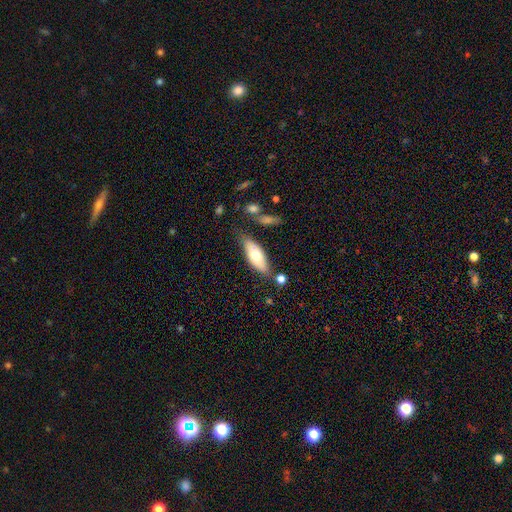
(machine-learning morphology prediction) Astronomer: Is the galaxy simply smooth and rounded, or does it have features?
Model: smooth — 64%.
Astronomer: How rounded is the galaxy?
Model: in between — 70%.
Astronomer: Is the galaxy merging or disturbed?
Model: none — 73%.